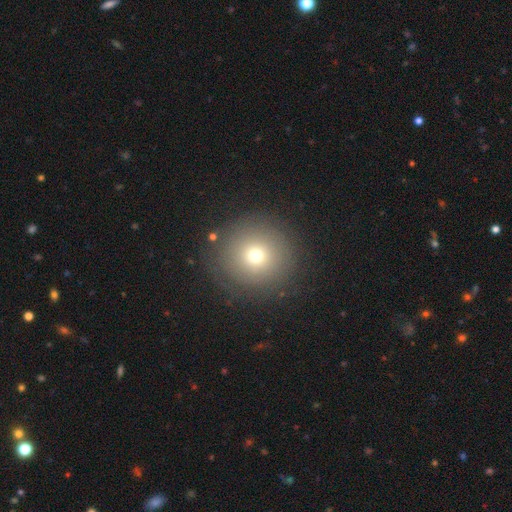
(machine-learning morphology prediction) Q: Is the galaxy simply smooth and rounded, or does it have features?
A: smooth — 70%.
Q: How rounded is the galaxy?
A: round — 95%.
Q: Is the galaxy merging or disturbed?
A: none — 86%.